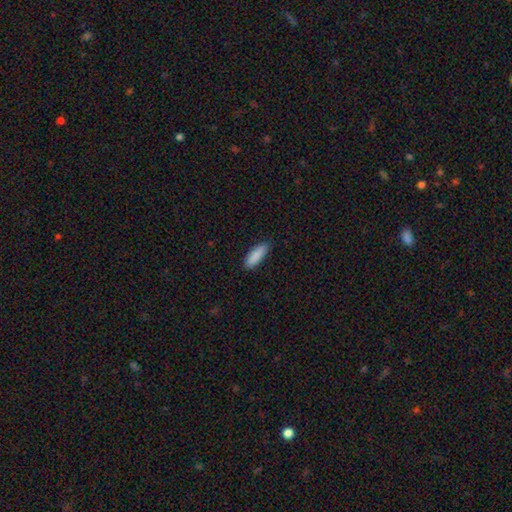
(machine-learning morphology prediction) The model was most divided on "how rounded": in between: 52%, cigar-shaped: 46%, round: 2%. More confident: smooth or featured — smooth (89%); merging — none (86%).